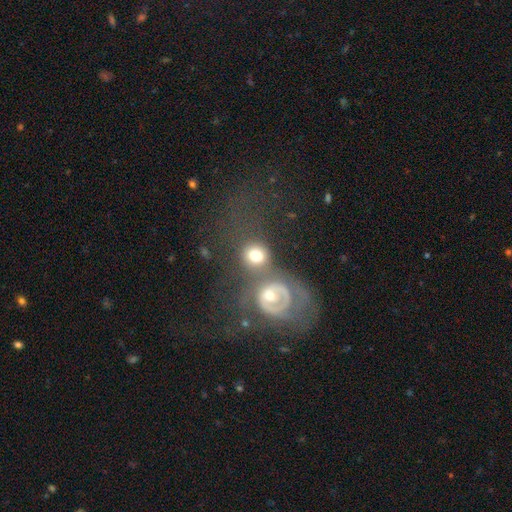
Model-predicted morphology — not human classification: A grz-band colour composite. It shows a smooth galaxy with no disk features (65%) that is round (77%). Merging: merger (41%).